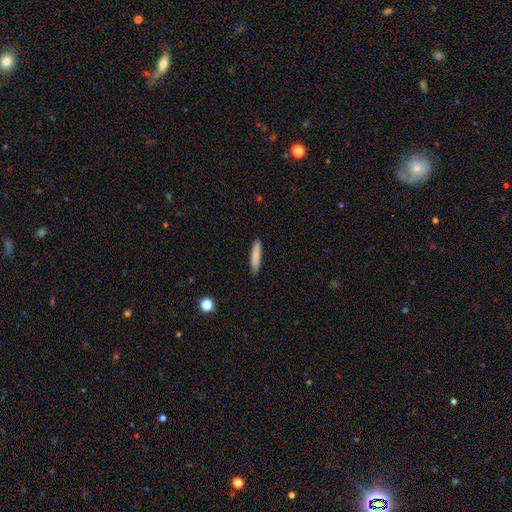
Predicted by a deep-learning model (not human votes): A smooth galaxy with no disk features (82%) that is cigar-shaped (87%). Merging: none (88%).